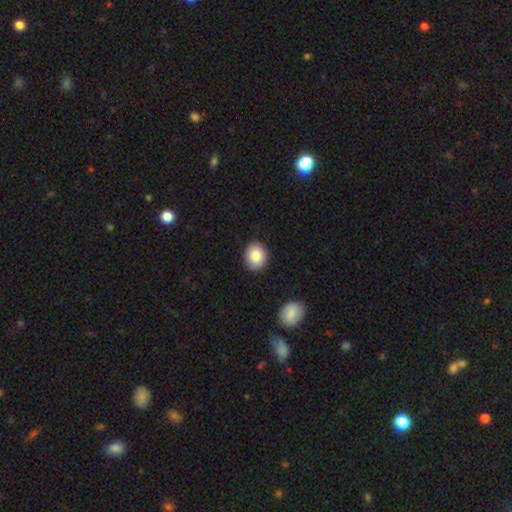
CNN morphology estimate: A smooth galaxy with no disk features (86%) that is round (59%).

Vote fractions:
- Smooth or featured? smooth: 86% / star or artifact: 8% / featured or disk: 7%
- How rounded? round: 59% / in between: 40% / cigar-shaped: 1%
- Merging? none: 90% / minor disturbance: 7% / major disturbance: 2% / merger: 1%